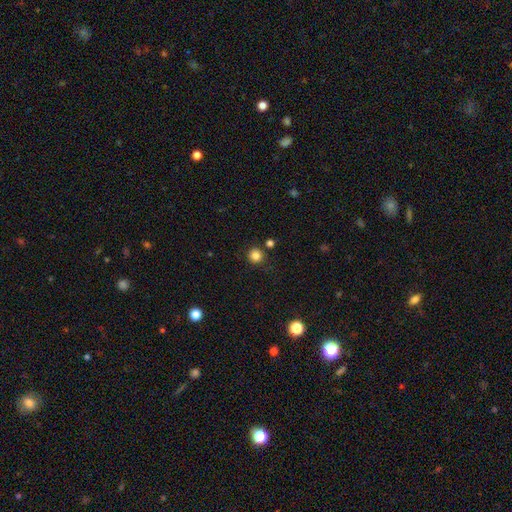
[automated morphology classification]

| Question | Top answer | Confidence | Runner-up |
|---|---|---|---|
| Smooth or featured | smooth | 84% | star or artifact (12%) |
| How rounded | round | 94% | in between (5%) |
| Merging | none | 86% | minor disturbance (7%) |